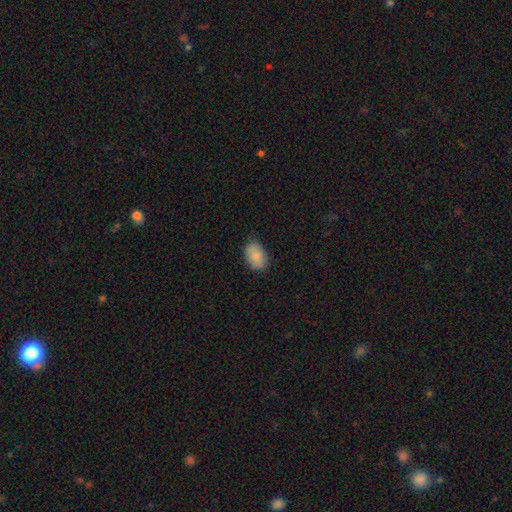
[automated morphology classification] The model was most divided on "merging": none: 81%, minor disturbance: 15%, major disturbance: 3%, merger: 1%. More confident: smooth or featured — smooth (87%); how rounded — in between (86%).